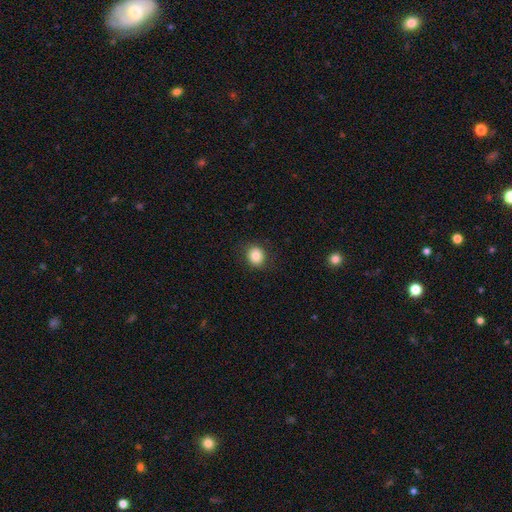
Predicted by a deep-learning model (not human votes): This appears to be a smooth galaxy with no disk features (84%) that is round (79%). Merging: none (87%).